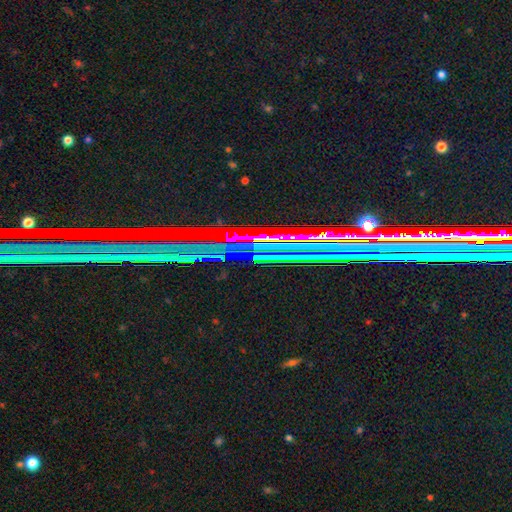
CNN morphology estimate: A star or artifact, not a galaxy (81%).